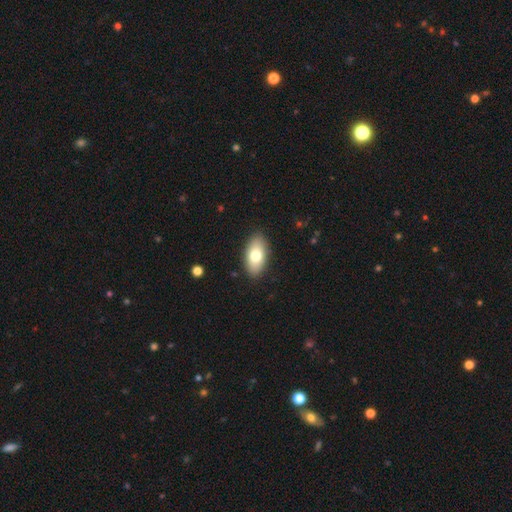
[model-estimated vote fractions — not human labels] Smooth or featured? Predicted: smooth (p=0.75). How rounded? Predicted: in between (p=0.92). Merging? Predicted: none (p=0.89).